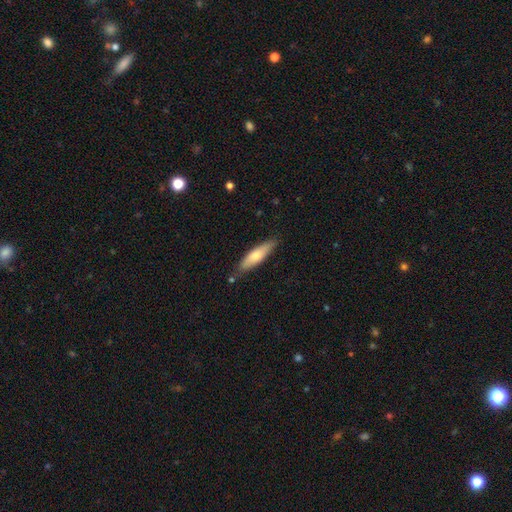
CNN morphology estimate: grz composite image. It shows a smooth galaxy with no disk features (70%) that is cigar-shaped (68%). Merging: none (80%).